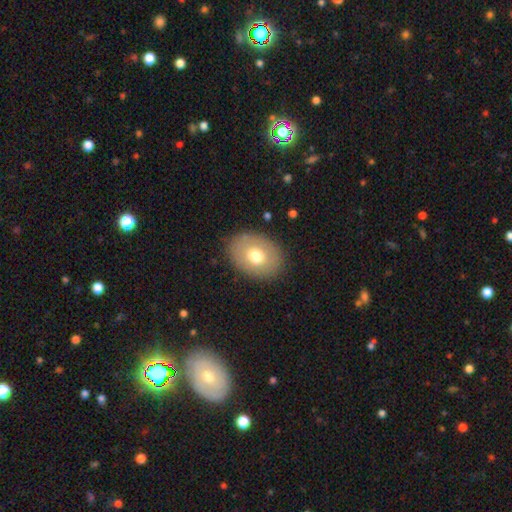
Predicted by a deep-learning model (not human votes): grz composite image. It shows a smooth galaxy with no disk features (69%) that is in between round and cigar-shaped (69%). Merging: none (87%).